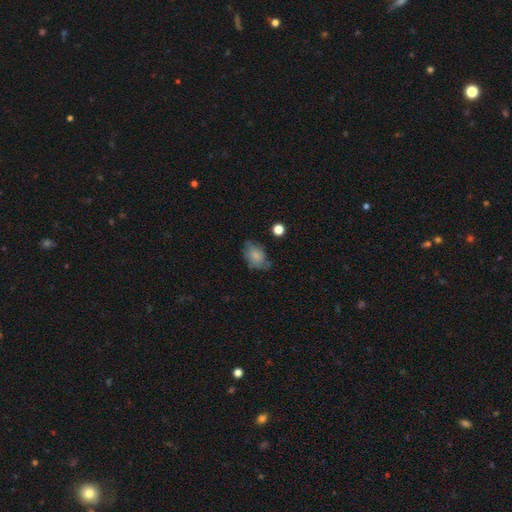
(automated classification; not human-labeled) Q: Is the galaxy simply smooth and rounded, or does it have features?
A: smooth — 73%.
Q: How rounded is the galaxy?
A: in between — 81%.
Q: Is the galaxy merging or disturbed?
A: none — 52%.